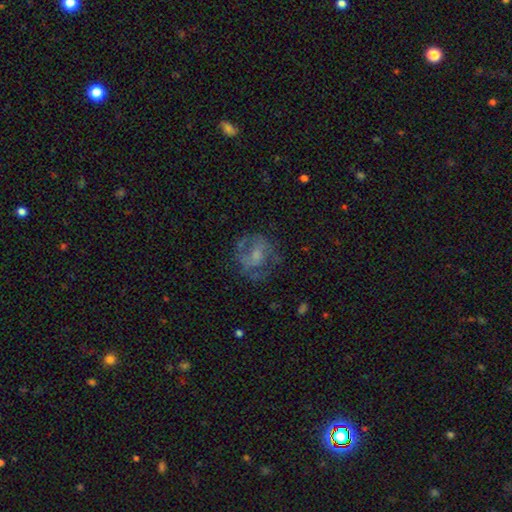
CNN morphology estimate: This is possibly a featured or disk galaxy (54%). It is clearly not viewed edge-on (97%). Bar: likely no (62%). Spiral arm pattern: possibly no (53%). Central bulge: marginally small (38%). Merging: possibly none (56%).